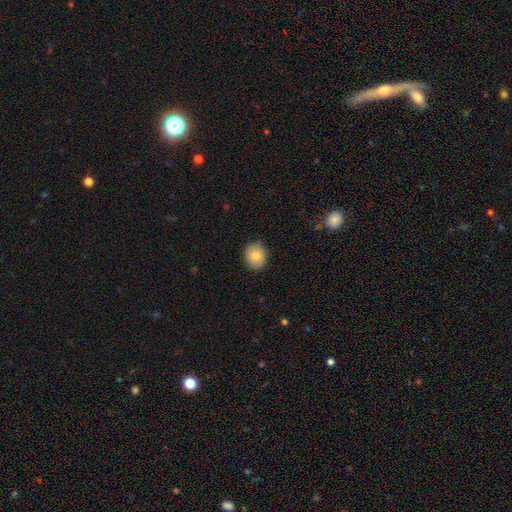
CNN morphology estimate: A smooth galaxy with no disk features (82%) that is round (72%).

Vote fractions:
- Smooth or featured? smooth: 82% / featured or disk: 10% / star or artifact: 8%
- How rounded? round: 72% / in between: 27% / cigar-shaped: 1%
- Merging? none: 86% / minor disturbance: 11% / major disturbance: 2% / merger: 1%